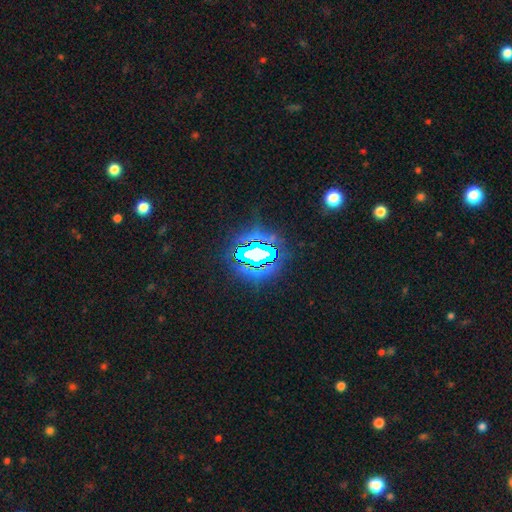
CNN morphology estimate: Smooth or featured? Predicted: star or artifact (p=0.75).